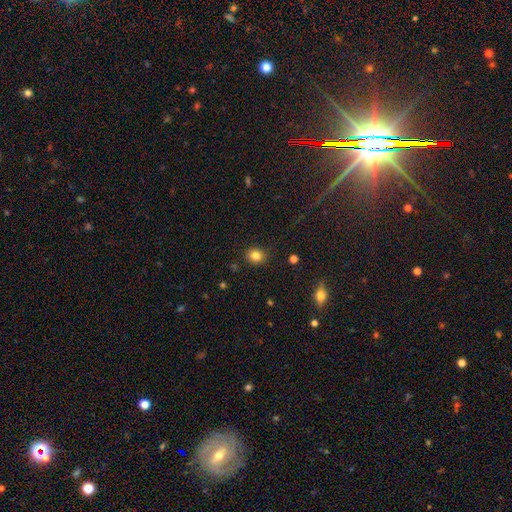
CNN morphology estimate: Smooth or featured: smooth — 82% (star or artifact — 12%)
How rounded: round — 68% (in between — 31%)
Merging: none — 87% (minor disturbance — 9%)